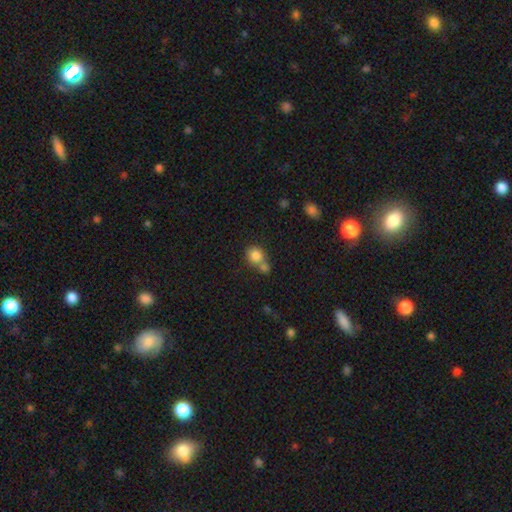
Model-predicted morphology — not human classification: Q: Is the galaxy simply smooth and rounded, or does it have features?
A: smooth — 82%.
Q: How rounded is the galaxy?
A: round — 76%.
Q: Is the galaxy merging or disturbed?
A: none — 45%.